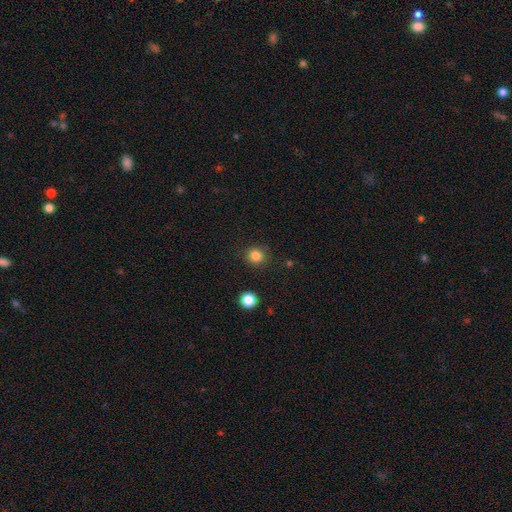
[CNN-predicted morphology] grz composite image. It shows a smooth galaxy with no disk features (83%) that is round (92%). Merging: none (89%).